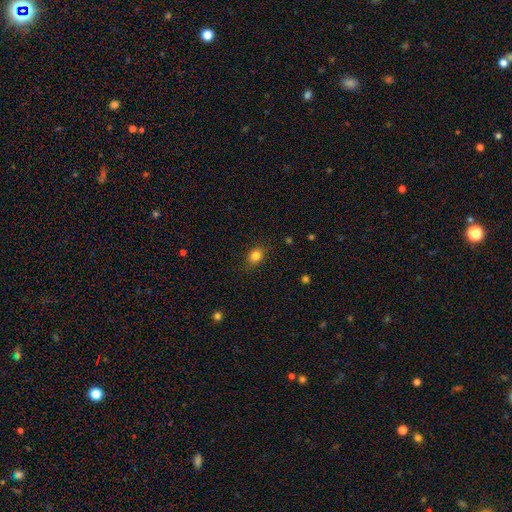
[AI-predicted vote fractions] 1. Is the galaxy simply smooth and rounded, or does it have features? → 83% smooth, 11% star or artifact, 6% featured or disk.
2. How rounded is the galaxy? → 50% round, 49% in between, 1% cigar-shaped.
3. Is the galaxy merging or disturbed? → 85% none, 11% minor disturbance, 3% major disturbance, 1% merger.